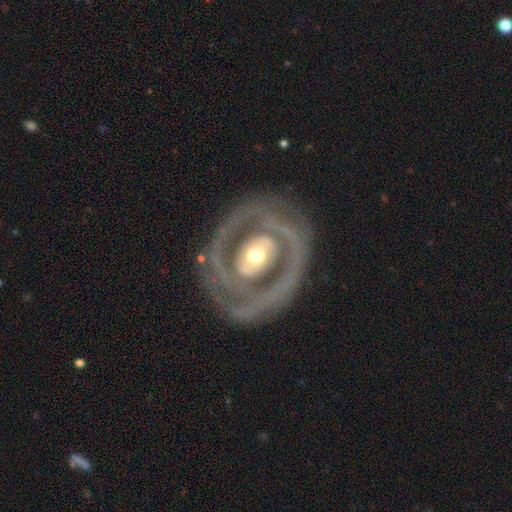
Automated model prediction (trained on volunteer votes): Smooth or featured: featured or disk — 78% (smooth — 17%)
Edge-on disk: no — 95% (yes — 5%)
Bar: no — 58% (weak — 22%)
Spiral arms: yes — 52% (no — 48%)
Bulge size: moderate — 63% (small — 17%)
Merging: none — 71% (major disturbance — 14%)